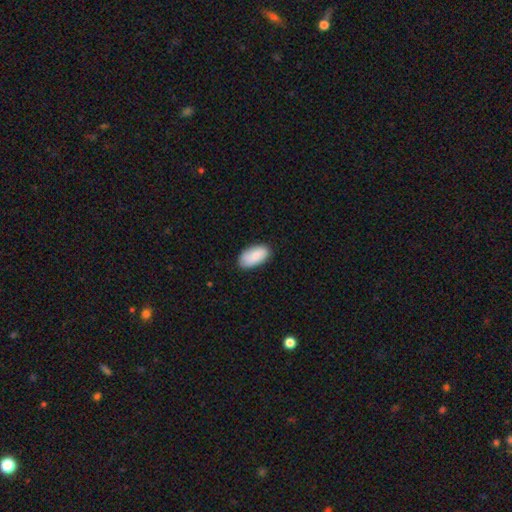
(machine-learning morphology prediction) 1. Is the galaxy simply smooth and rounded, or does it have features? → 78% smooth, 15% featured or disk, 6% star or artifact.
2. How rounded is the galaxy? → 94% in between, 3% round, 3% cigar-shaped.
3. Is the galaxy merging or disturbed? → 80% none, 16% minor disturbance, 3% major disturbance, 1% merger.